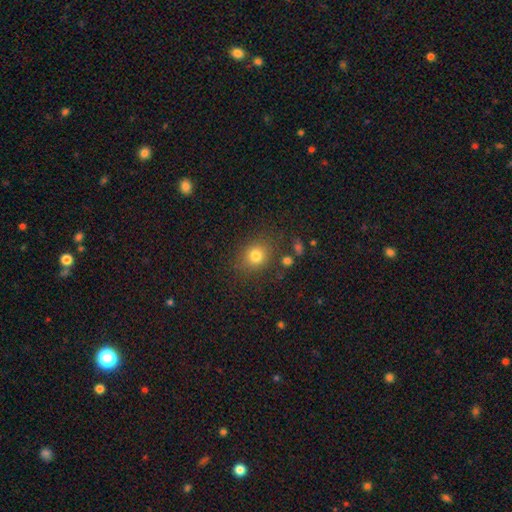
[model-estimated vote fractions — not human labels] Smooth or featured?
  - smooth: 78% *
  - star or artifact: 14%
  - featured or disk: 8%
How rounded?
  - round: 65% *
  - in between: 34%
  - cigar-shaped: 1%
Merging?
  - none: 79% *
  - minor disturbance: 12%
  - major disturbance: 5%
  - merger: 4%